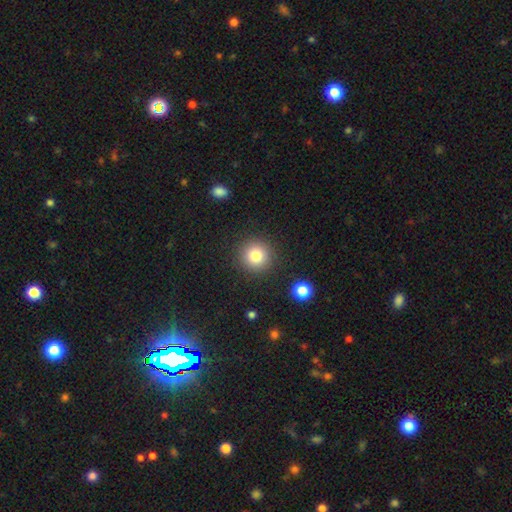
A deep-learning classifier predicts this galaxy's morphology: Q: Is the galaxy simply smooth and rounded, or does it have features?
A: smooth — 81%.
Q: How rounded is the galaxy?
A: round — 94%.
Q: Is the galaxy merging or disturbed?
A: none — 89%.